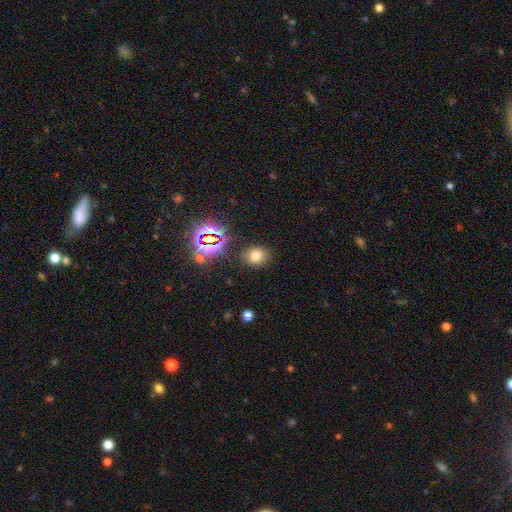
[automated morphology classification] A smooth galaxy with no disk features (70%) that is round (58%).

Vote fractions:
- Smooth or featured? smooth: 70% / star or artifact: 21% / featured or disk: 9%
- How rounded? round: 58% / in between: 41% / cigar-shaped: 1%
- Merging? none: 84% / minor disturbance: 10% / major disturbance: 4% / merger: 3%